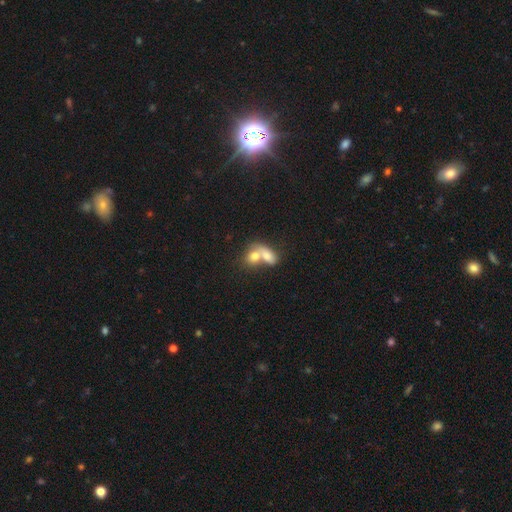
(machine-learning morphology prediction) Overall: smooth (74%). How rounded: in between (66%; round 31%). Merging: merger (74%).